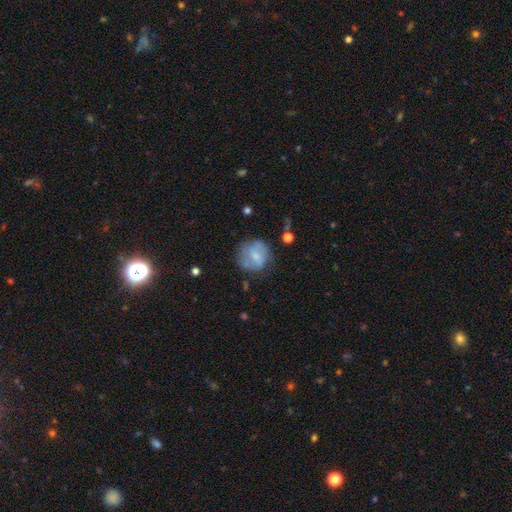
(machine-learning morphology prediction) Overall: smooth (52%; featured or disk 40%). How rounded: round (86%). Merging: none (68%).